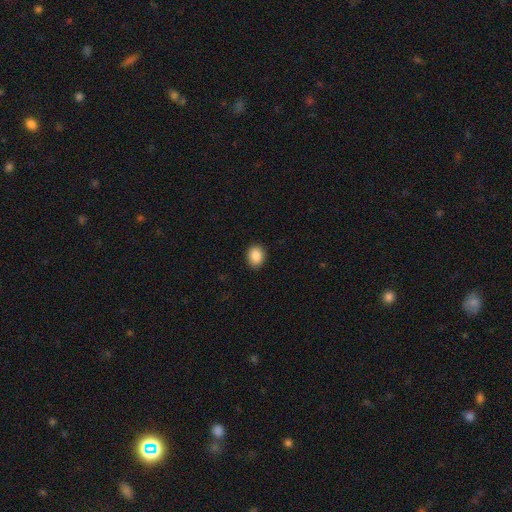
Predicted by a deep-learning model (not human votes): Smooth or featured?
  - smooth: 87% *
  - star or artifact: 9%
  - featured or disk: 4%
How rounded?
  - round: 50% *
  - in between: 49%
  - cigar-shaped: 1%
Merging?
  - none: 90% *
  - minor disturbance: 7%
  - major disturbance: 2%
  - merger: 1%